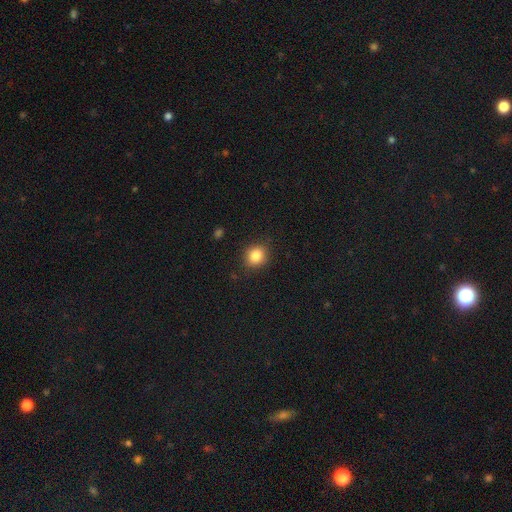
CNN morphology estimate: smooth-or-featured: smooth: 84% | star or artifact: 10% | featured or disk: 5%
  how-rounded: round: 73% | in between: 26% | cigar-shaped: 1%
  merging: none: 87% | minor disturbance: 10% | major disturbance: 3% | merger: 1%